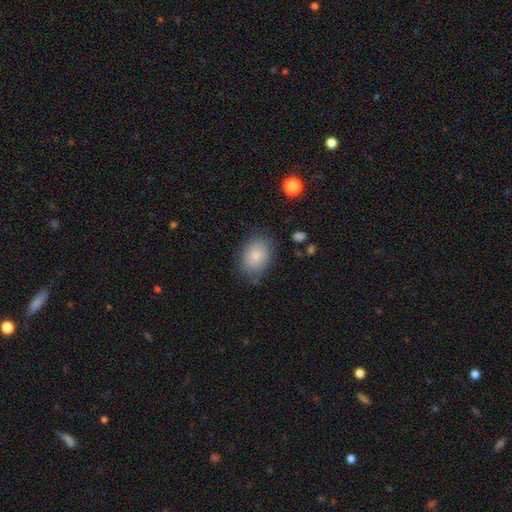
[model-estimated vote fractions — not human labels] The model was most divided on "how rounded": in between: 72%, round: 27%, cigar-shaped: 1%. More confident: smooth or featured — smooth (83%); merging — none (79%).